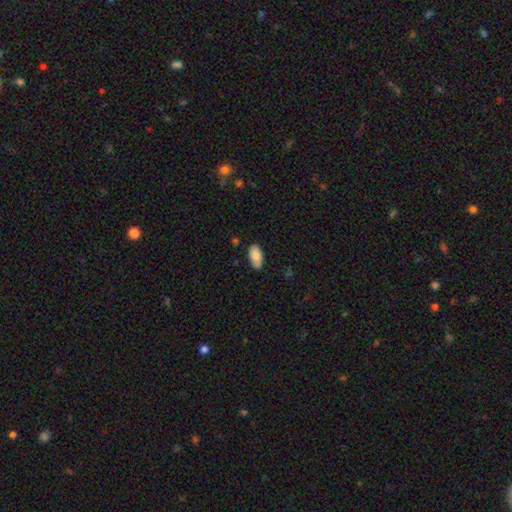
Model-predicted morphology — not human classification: Smooth or featured: smooth — 86% (featured or disk — 8%)
How rounded: in between — 94% (cigar-shaped — 4%)
Merging: none — 86% (minor disturbance — 11%)